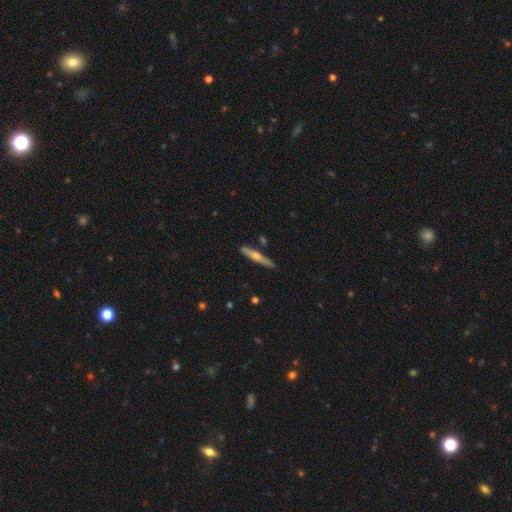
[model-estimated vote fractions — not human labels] A featured or disk galaxy (52%) viewed edge-on (93%).

Vote fractions:
- Smooth or featured? featured or disk: 52% / smooth: 42% / star or artifact: 6%
- Edge-on disk? yes: 93% / no: 7%
- Merging? none: 86% / minor disturbance: 10% / merger: 3% / major disturbance: 2%